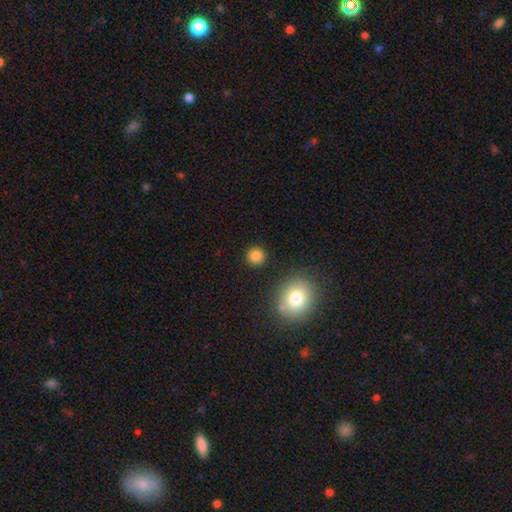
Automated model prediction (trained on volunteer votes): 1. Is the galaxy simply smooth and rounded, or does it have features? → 84% smooth, 11% star or artifact, 5% featured or disk.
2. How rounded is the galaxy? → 93% round, 6% in between, 1% cigar-shaped.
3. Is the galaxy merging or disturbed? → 90% none, 6% minor disturbance, 2% merger, 2% major disturbance.